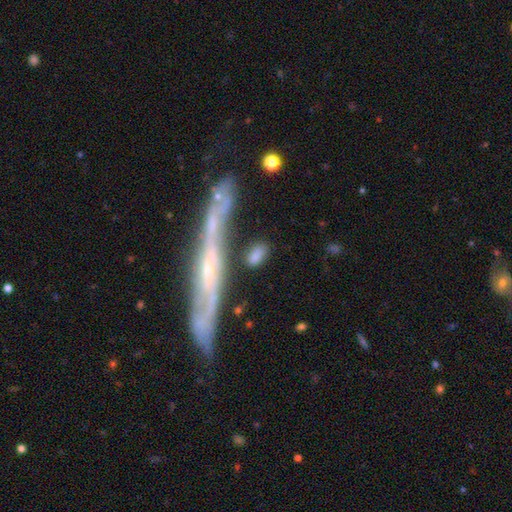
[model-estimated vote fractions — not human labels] Smooth or featured?
  - smooth: 77% *
  - featured or disk: 15%
  - star or artifact: 7%
How rounded?
  - in between: 78% *
  - cigar-shaped: 14%
  - round: 7%
Merging?
  - none: 72% *
  - minor disturbance: 15%
  - merger: 7%
  - major disturbance: 6%